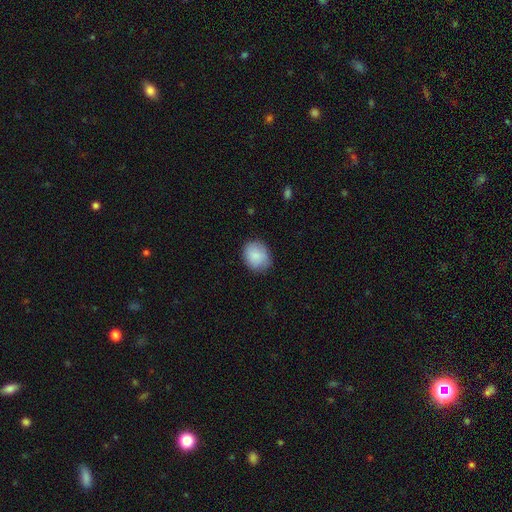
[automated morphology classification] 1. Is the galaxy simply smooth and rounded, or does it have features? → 87% smooth, 7% star or artifact, 6% featured or disk.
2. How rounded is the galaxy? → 56% round, 43% in between, 1% cigar-shaped.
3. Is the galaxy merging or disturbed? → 78% none, 17% minor disturbance, 4% major disturbance, 1% merger.